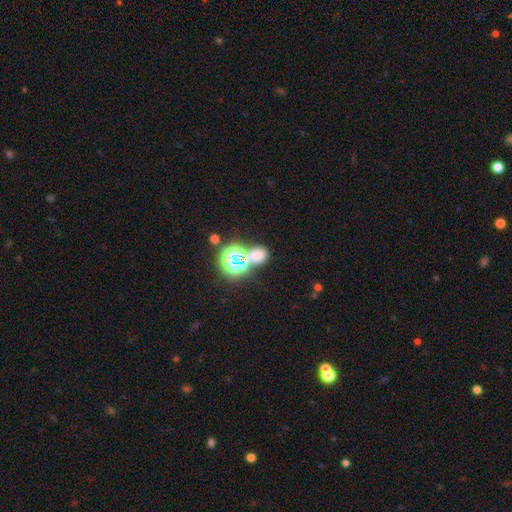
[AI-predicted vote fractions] This appears to be a smooth galaxy with no disk features (48%). Merging: none (53%).